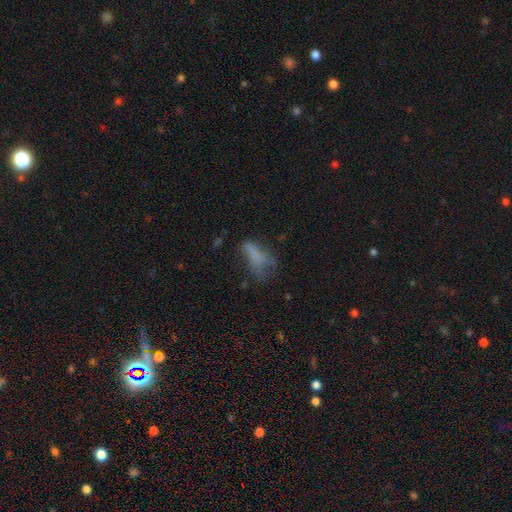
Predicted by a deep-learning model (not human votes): This appears to be a smooth galaxy with no disk features (55%) that is in between round and cigar-shaped (76%). Merging: major disturbance (40%).